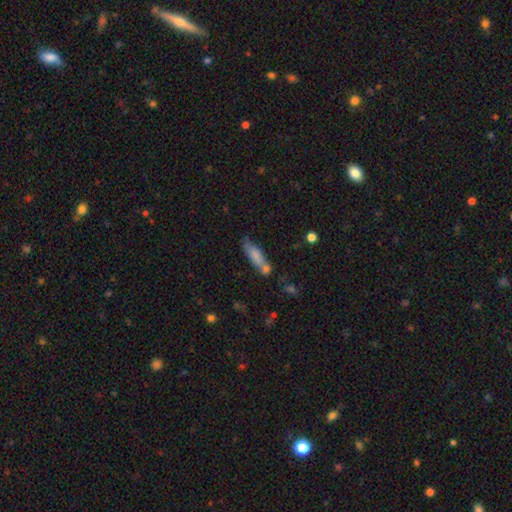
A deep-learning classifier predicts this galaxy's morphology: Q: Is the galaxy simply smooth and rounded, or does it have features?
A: smooth — 74%.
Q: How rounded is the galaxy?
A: cigar-shaped — 60%.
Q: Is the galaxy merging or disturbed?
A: none — 53%.